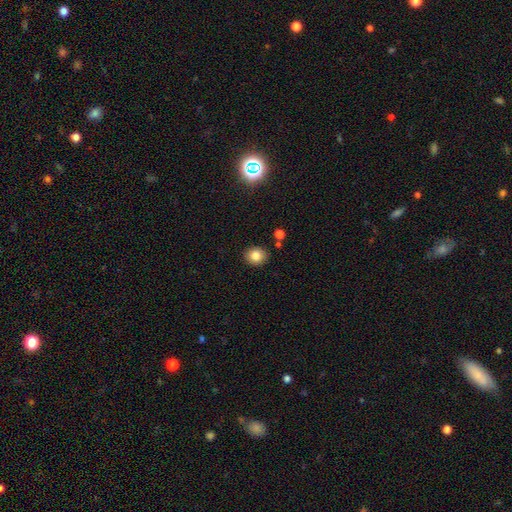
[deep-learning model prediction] Q: Smooth or featured?
A: smooth (82%); runner-up: star or artifact (10%)
Q: How rounded?
A: round (70%); runner-up: in between (29%)
Q: Merging?
A: none (87%); runner-up: minor disturbance (8%)